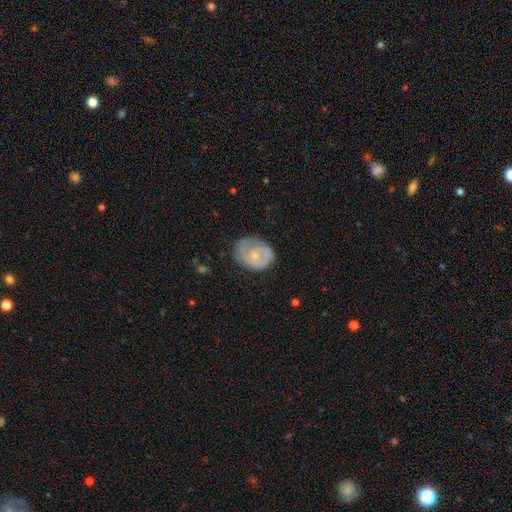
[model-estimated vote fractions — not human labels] Smooth or featured? Predicted: featured or disk (p=0.59). Edge-on disk? Predicted: no (p=0.97). Bar? Predicted: no (p=0.69). Spiral arms? Predicted: yes (p=0.75). Bulge size? Predicted: small (p=0.60). Merging? Predicted: none (p=0.65).